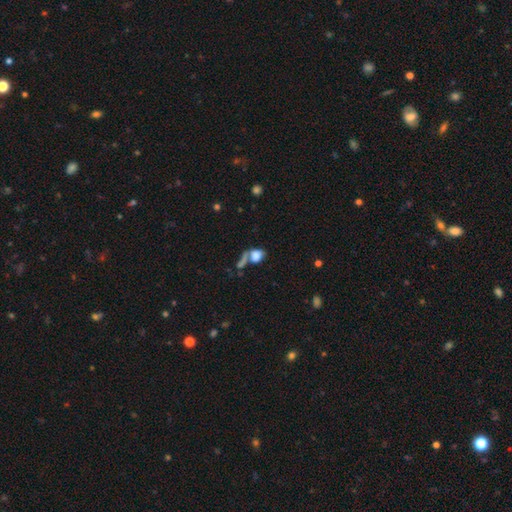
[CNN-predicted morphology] This appears to be a smooth galaxy with no disk features (72%) that is in between round and cigar-shaped (71%). Merging: merger (45%).